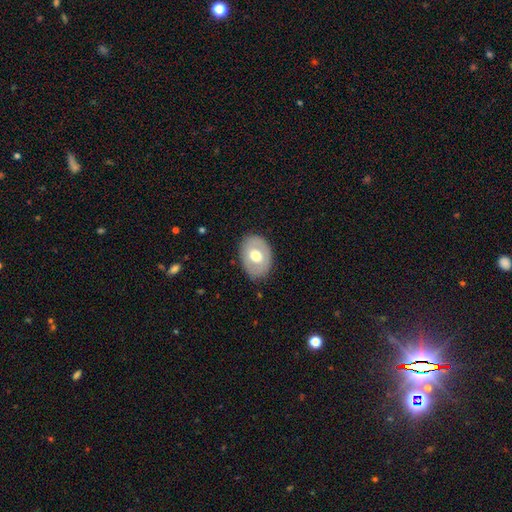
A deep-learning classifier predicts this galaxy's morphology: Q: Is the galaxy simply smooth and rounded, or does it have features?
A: smooth — 57%.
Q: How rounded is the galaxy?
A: in between — 74%.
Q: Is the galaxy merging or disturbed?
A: none — 83%.